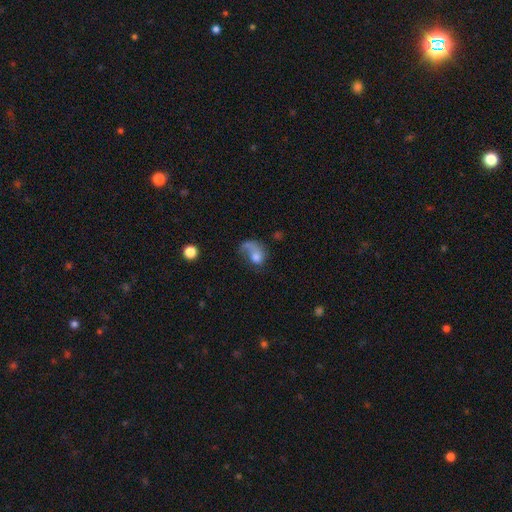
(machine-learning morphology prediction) This appears to be a smooth galaxy with no disk features (55%) that is in between round and cigar-shaped (61%). Merging: major disturbance (48%).